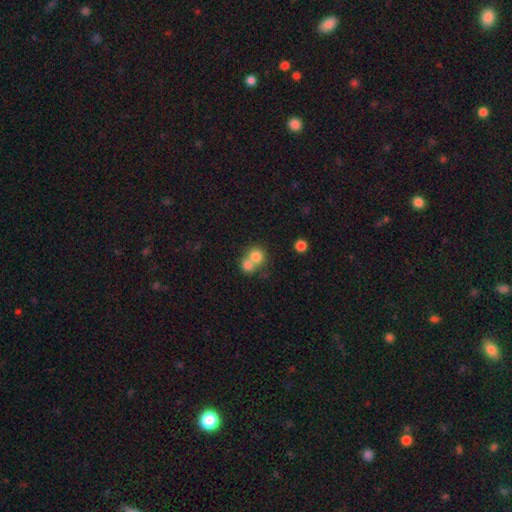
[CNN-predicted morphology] Smooth or featured?
  - smooth: 77% *
  - featured or disk: 12%
  - star or artifact: 11%
How rounded?
  - round: 83% *
  - in between: 16%
  - cigar-shaped: 1%
Merging?
  - merger: 58% *
  - none: 34%
  - minor disturbance: 5%
  - major disturbance: 3%